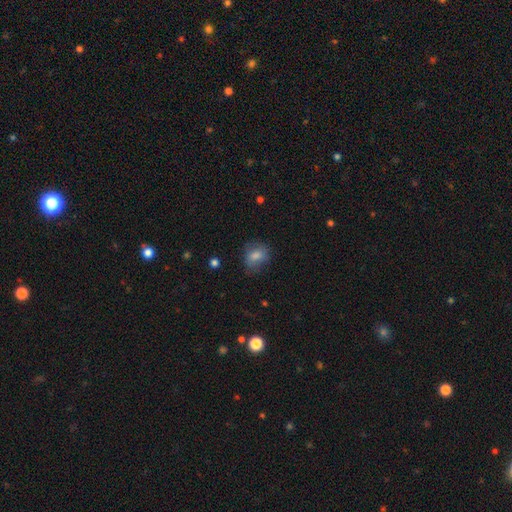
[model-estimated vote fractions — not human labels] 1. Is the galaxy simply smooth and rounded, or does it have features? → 77% smooth, 13% featured or disk, 10% star or artifact.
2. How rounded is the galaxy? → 52% in between, 47% round, 1% cigar-shaped.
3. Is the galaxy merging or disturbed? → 63% none, 25% minor disturbance, 11% major disturbance, 2% merger.